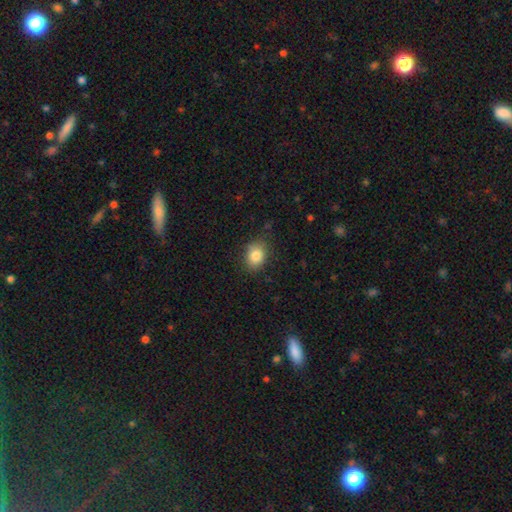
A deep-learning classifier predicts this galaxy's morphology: A smooth galaxy with no disk features (84%) that is in between round and cigar-shaped (63%).

Vote fractions:
- Smooth or featured? smooth: 84% / star or artifact: 9% / featured or disk: 7%
- How rounded? in between: 63% / round: 36% / cigar-shaped: 1%
- Merging? none: 81% / minor disturbance: 14% / major disturbance: 3% / merger: 1%